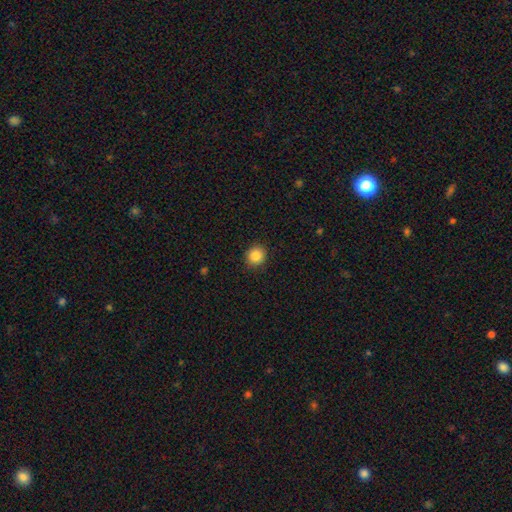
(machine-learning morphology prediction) Overall: smooth (86%). How rounded: round (87%). Merging: none (90%).